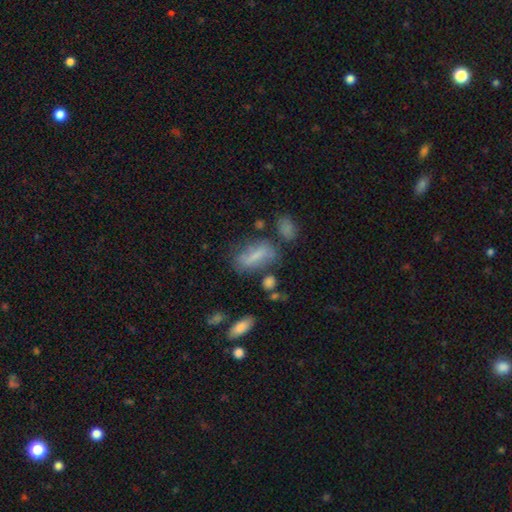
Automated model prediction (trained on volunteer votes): Smooth or featured? smooth (62%)
How rounded? in between (70%)
Merging? none (52%)